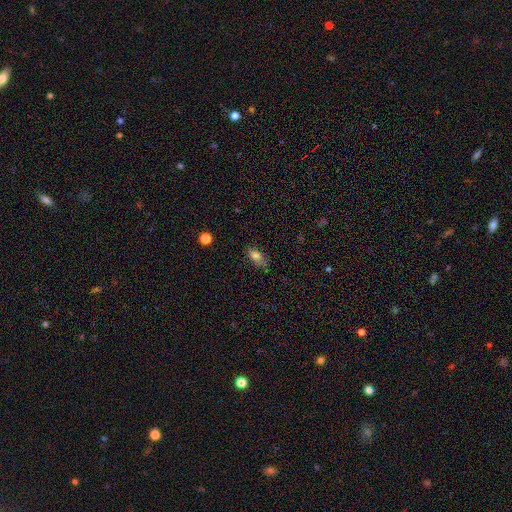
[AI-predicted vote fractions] This is likely a smooth galaxy (74%). How rounded: clearly in between (84%). Merging: likely none (66%).